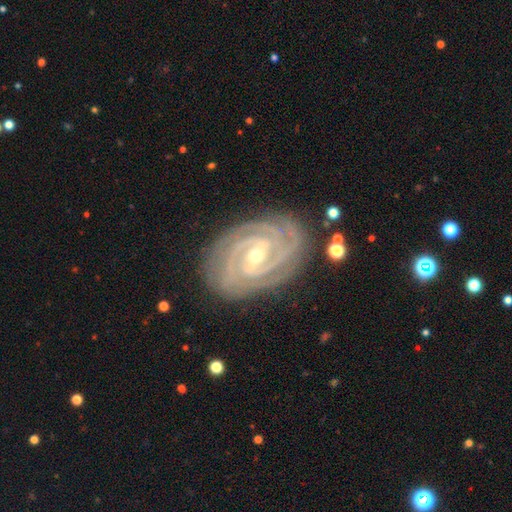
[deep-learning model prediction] smooth-or-featured: featured or disk: 93% | star or artifact: 5% | smooth: 3%
  disk-edge-on: no: 97% | yes: 3%
    bar: weak: 41% | strong: 34% | no: 25%
    has-spiral-arms: yes: 99% | no: 1%
      spiral-winding: tight: 83% | medium: 15% | loose: 2%
      spiral-arm-count: 3: 30% | 4: 26% | 2: 21% | can't tell: 9% | more than 4: 7% | 1: 6%
    bulge-size: small: 65% | moderate: 32% | large: 1% | none: 1% | dominant: 1%
  merging: none: 83% | minor disturbance: 12% | major disturbance: 3% | merger: 1%